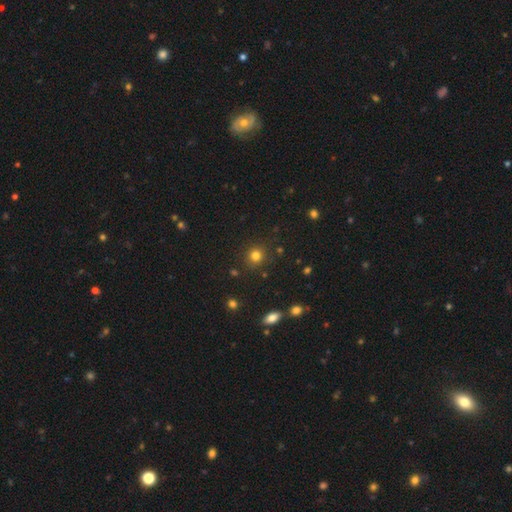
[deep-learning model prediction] smooth_or_featured: smooth (p=0.79) [alt: star or artifact p=0.15]
how_rounded: round (p=0.88) [alt: in between p=0.11]
merging: none (p=0.86) [alt: minor disturbance p=0.08]